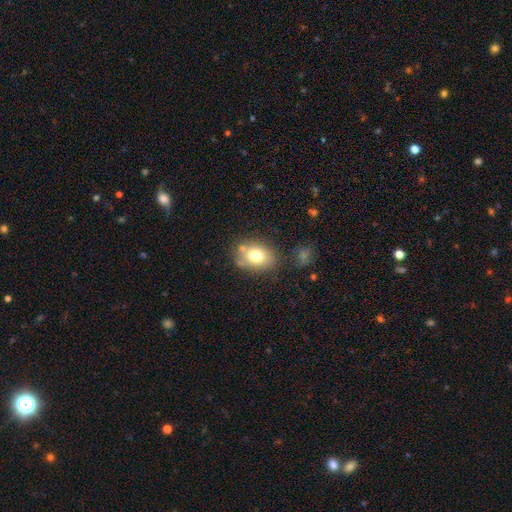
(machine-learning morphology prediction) A smooth galaxy with no disk features (75%) that is in between round and cigar-shaped (69%).

Vote fractions:
- Smooth or featured? smooth: 75% / featured or disk: 16% / star or artifact: 10%
- How rounded? in between: 69% / round: 30% / cigar-shaped: 1%
- Merging? none: 69% / minor disturbance: 17% / merger: 9% / major disturbance: 5%